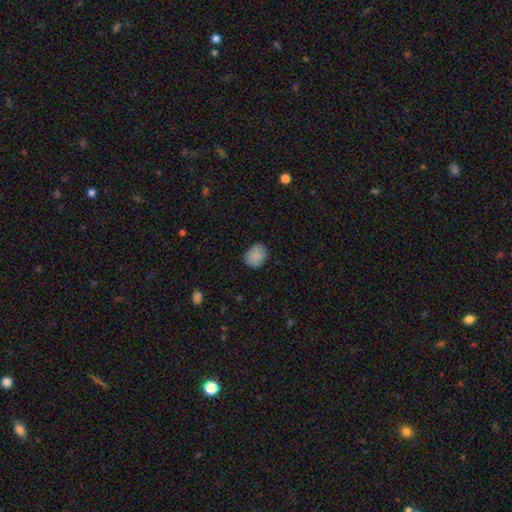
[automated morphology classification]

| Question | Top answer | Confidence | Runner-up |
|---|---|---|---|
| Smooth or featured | smooth | 87% | star or artifact (8%) |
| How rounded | round | 57% | in between (42%) |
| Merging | none | 81% | minor disturbance (15%) |